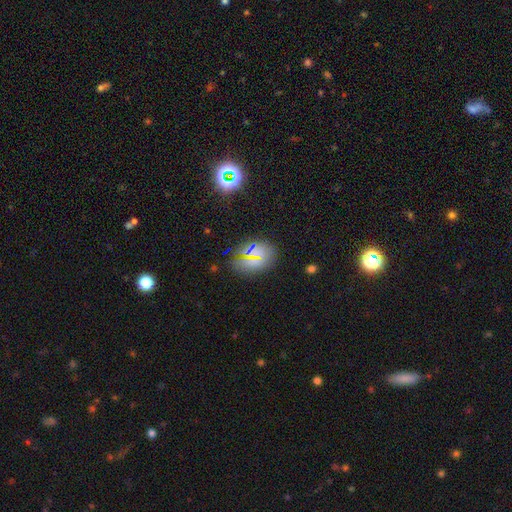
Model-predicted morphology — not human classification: A smooth galaxy with no disk features (57%) that is in between round and cigar-shaped (60%). Merging: none (77%).